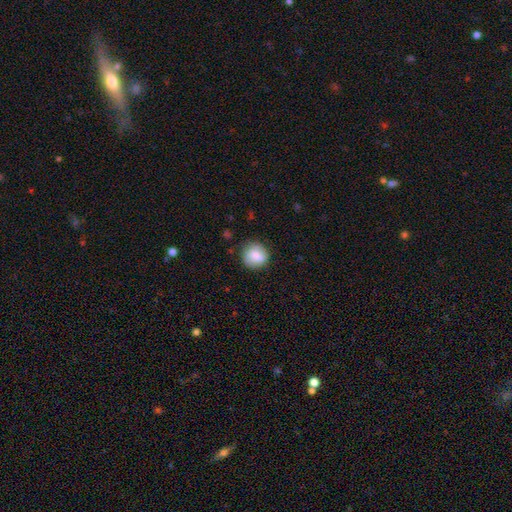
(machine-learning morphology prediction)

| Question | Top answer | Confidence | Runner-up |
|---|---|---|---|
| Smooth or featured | smooth | 75% | featured or disk (18%) |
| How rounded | round | 89% | in between (10%) |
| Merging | none | 82% | minor disturbance (13%) |